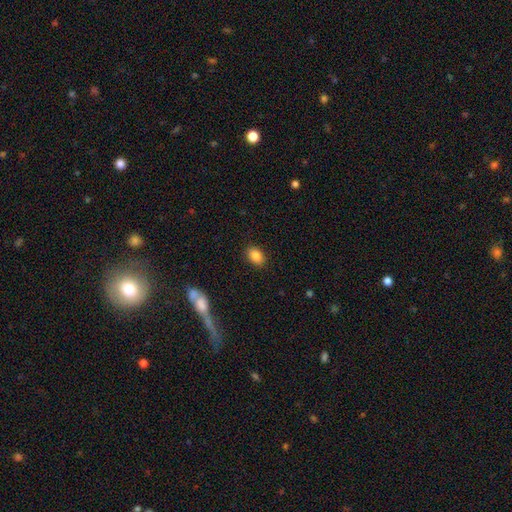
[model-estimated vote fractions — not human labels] Overall: smooth (87%). How rounded: in between (81%). Merging: none (87%).